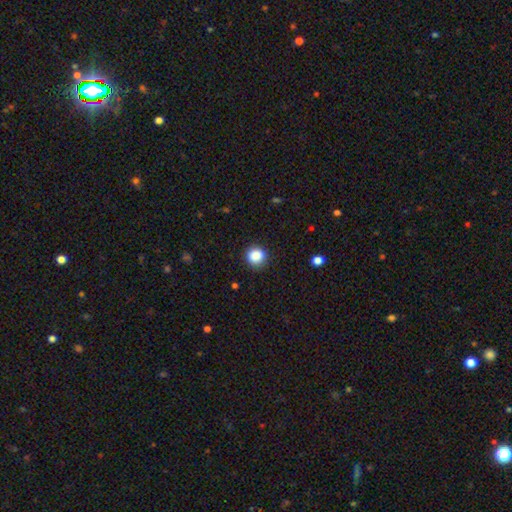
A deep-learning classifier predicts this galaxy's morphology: Smooth or featured? Predicted: smooth (p=0.87). How rounded? Predicted: round (p=0.89). Merging? Predicted: none (p=0.89).